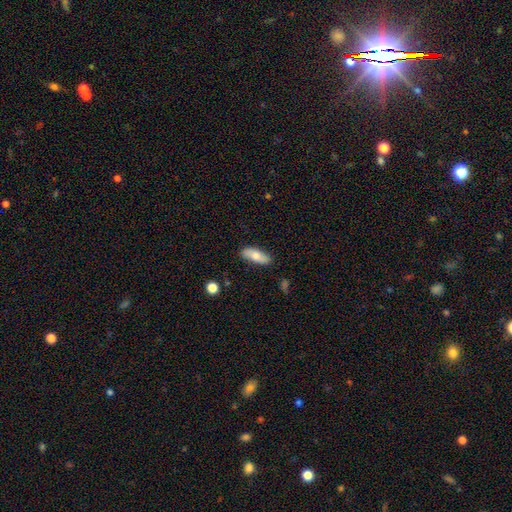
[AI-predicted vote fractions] Morphology: type=smooth (71%); roundness=in between (75%); merging=none (85%).